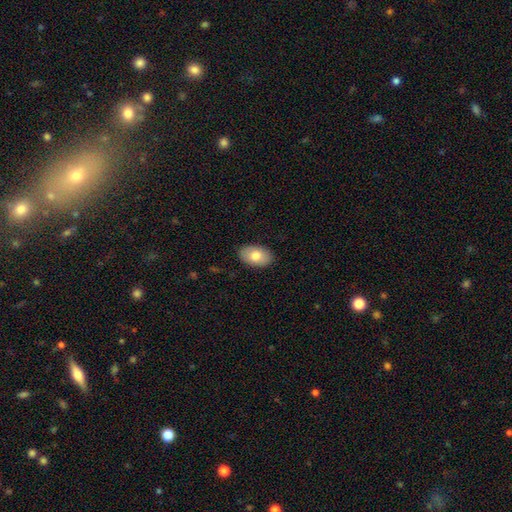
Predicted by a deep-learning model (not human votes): Smooth or featured? smooth (77%)
How rounded? in between (91%)
Merging? none (89%)